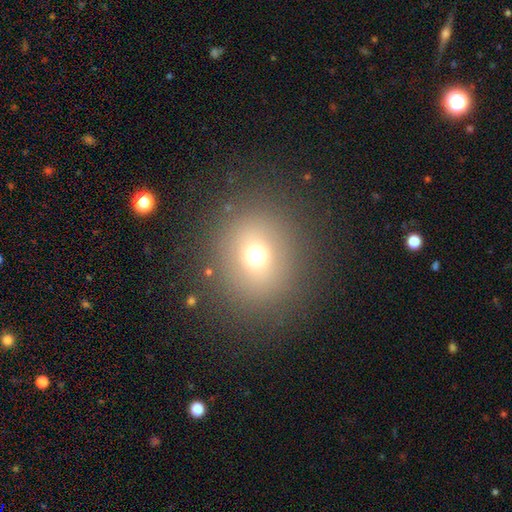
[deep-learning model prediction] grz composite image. It shows a smooth galaxy with no disk features (68%) that is round (81%). Merging: none (86%).